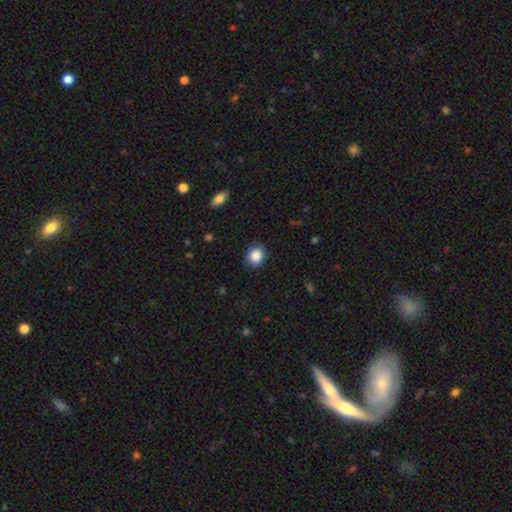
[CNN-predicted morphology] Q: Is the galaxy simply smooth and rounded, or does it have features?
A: smooth — 87%.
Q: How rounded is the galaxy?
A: round — 70%.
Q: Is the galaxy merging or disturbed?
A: none — 85%.